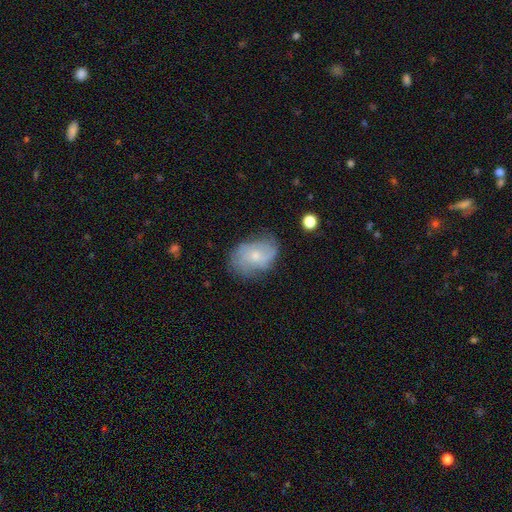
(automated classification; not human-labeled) Smooth or featured? Predicted: featured or disk (p=0.49). Merging? Predicted: none (p=0.62).